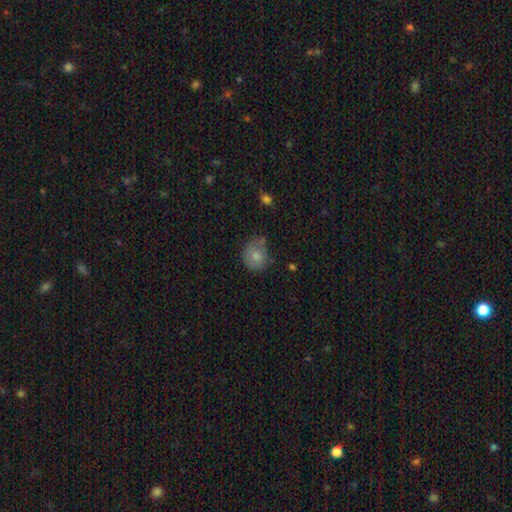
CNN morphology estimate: A smooth galaxy with no disk features (78%) that is round (70%). Merging: none (56%).